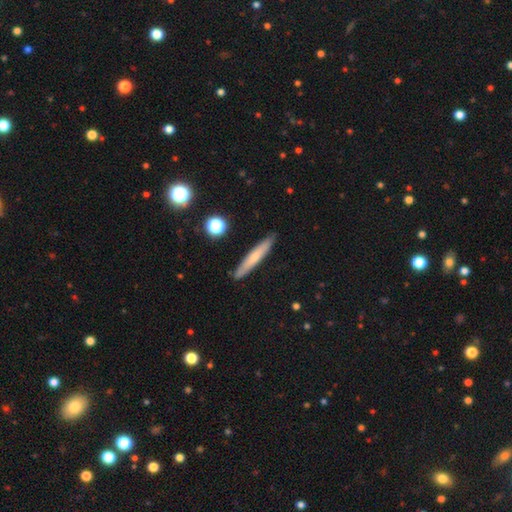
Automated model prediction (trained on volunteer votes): Smooth or featured? Predicted: smooth (p=0.58). How rounded? Predicted: cigar-shaped (p=0.94). Merging? Predicted: none (p=0.89).